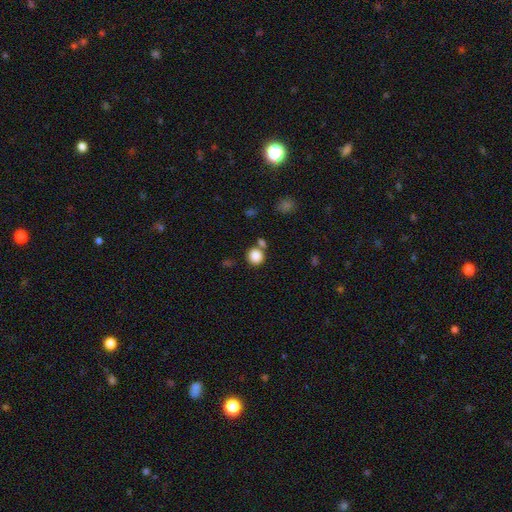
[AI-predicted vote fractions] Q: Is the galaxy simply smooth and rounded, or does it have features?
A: smooth — 86%.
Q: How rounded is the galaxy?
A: round — 88%.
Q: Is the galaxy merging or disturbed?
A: none — 67%.